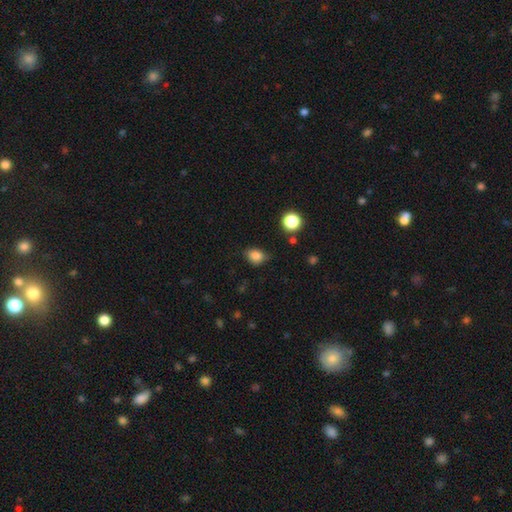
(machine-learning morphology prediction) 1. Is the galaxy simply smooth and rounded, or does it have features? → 84% smooth, 11% star or artifact, 5% featured or disk.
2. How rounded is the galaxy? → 60% in between, 39% round, 1% cigar-shaped.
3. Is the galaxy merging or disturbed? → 65% none, 27% minor disturbance, 5% major disturbance, 2% merger.